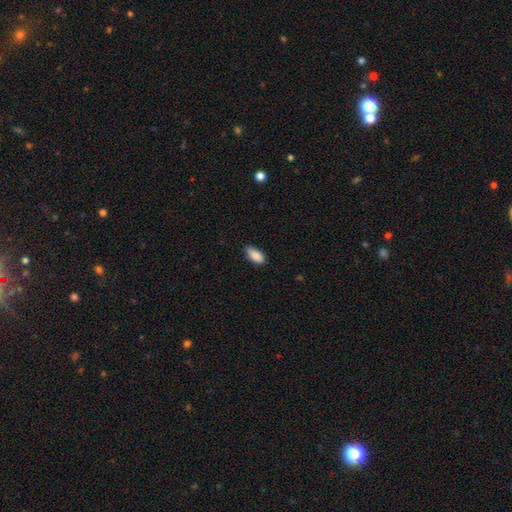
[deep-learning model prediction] Smooth or featured: smooth — 88% (star or artifact — 7%)
How rounded: in between — 88% (cigar-shaped — 10%)
Merging: none — 77% (minor disturbance — 20%)